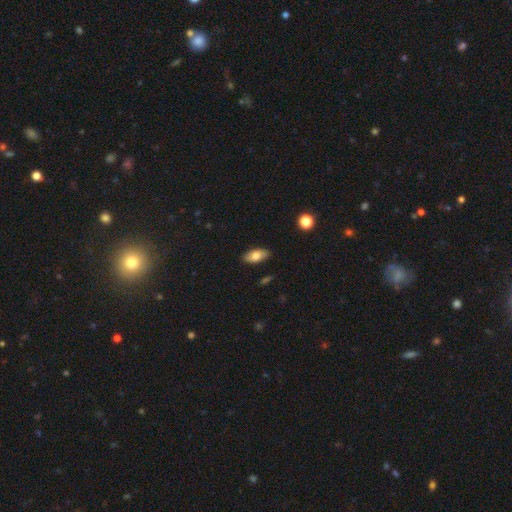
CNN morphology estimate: Q: Smooth or featured?
A: smooth (79%); runner-up: featured or disk (14%)
Q: How rounded?
A: in between (91%); runner-up: cigar-shaped (7%)
Q: Merging?
A: none (87%); runner-up: minor disturbance (10%)